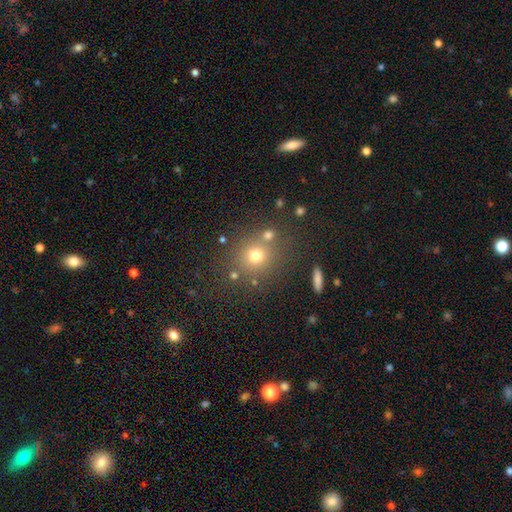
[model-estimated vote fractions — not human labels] smooth-or-featured: smooth: 71% | star or artifact: 19% | featured or disk: 10%
  how-rounded: round: 85% | in between: 14% | cigar-shaped: 1%
  merging: none: 73% | merger: 12% | minor disturbance: 11% | major disturbance: 5%